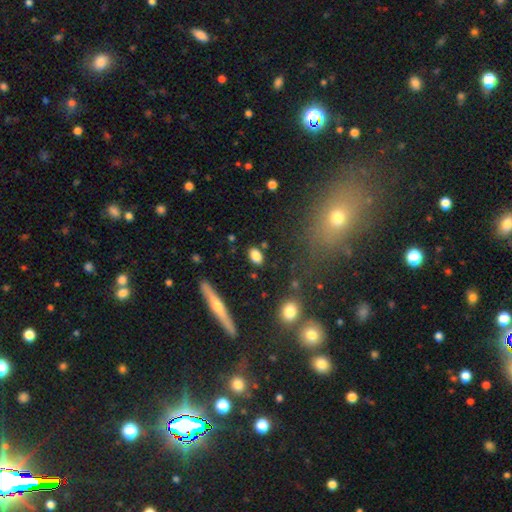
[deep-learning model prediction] Morphology: type=smooth (83%); roundness=in between (83%); merging=none (84%).